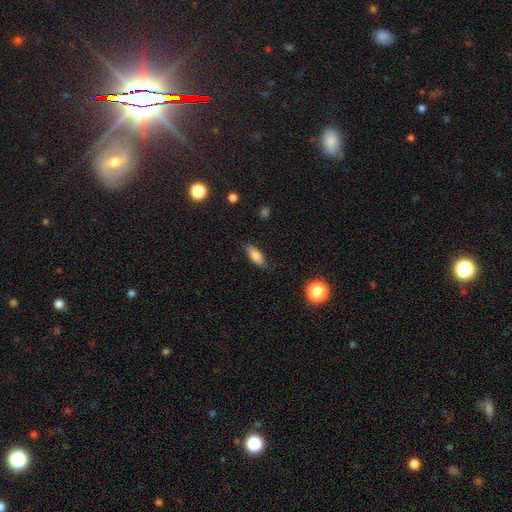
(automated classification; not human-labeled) This is likely a smooth galaxy (73%). How rounded: likely in between (72%). Merging: likely none (75%).